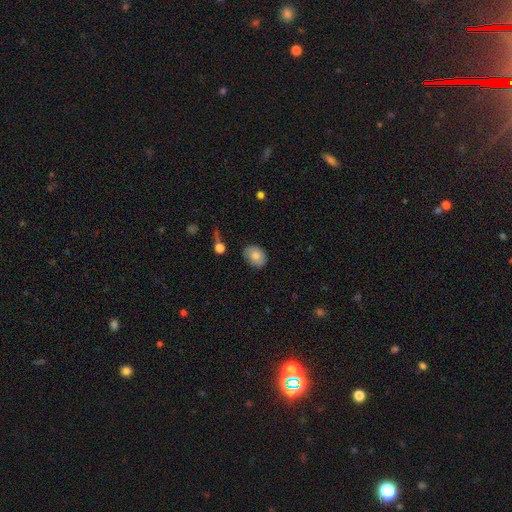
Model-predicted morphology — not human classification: A smooth galaxy with no disk features (80%) that is in between round and cigar-shaped (57%). Merging: none (81%).